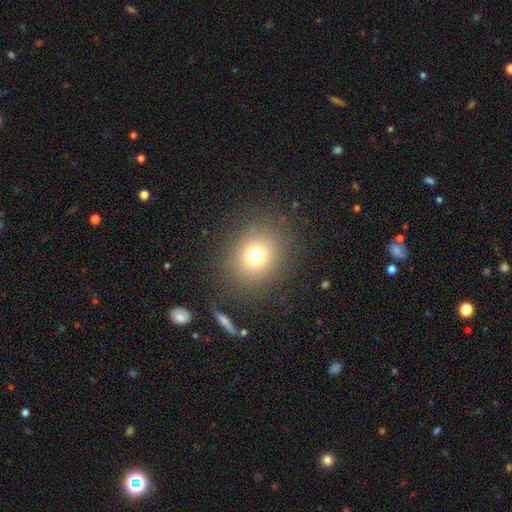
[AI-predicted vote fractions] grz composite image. It shows a smooth galaxy with no disk features (73%) that is round (78%). Merging: none (85%).